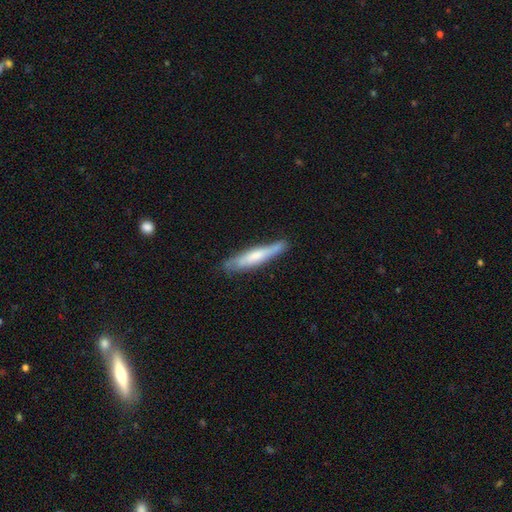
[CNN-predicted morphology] Q: Smooth or featured?
A: smooth (54%); runner-up: featured or disk (40%)
Q: How rounded?
A: cigar-shaped (89%); runner-up: in between (10%)
Q: Merging?
A: none (75%); runner-up: minor disturbance (20%)